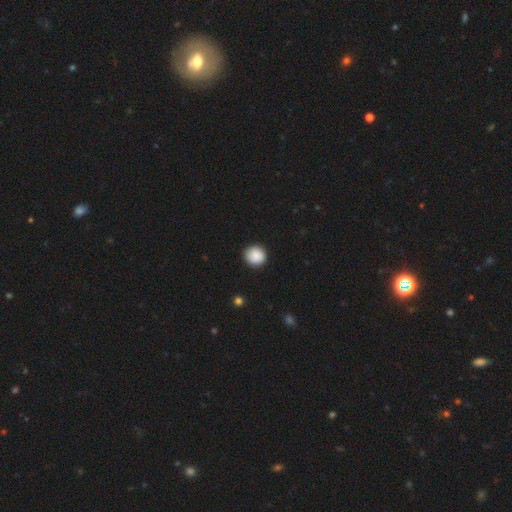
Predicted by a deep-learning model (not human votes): smooth_or_featured: smooth (p=0.89) [alt: star or artifact p=0.08]
how_rounded: round (p=0.92) [alt: in between p=0.07]
merging: none (p=0.91) [alt: minor disturbance p=0.06]